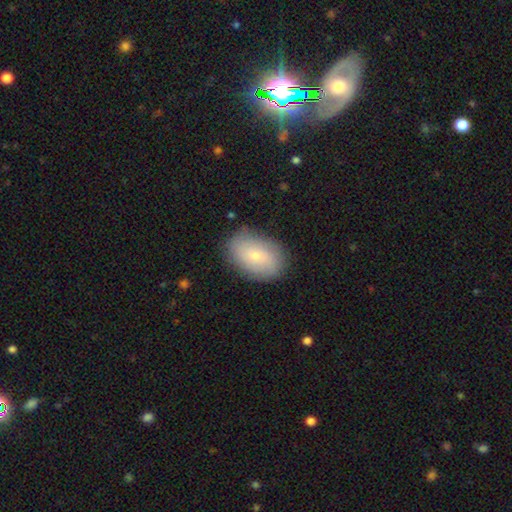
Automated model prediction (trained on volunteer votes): A smooth galaxy with no disk features (62%) that is in between round and cigar-shaped (86%).

Vote fractions:
- Smooth or featured? smooth: 62% / featured or disk: 30% / star or artifact: 8%
- How rounded? in between: 86% / round: 13% / cigar-shaped: 2%
- Merging? none: 82% / minor disturbance: 13% / major disturbance: 4% / merger: 1%